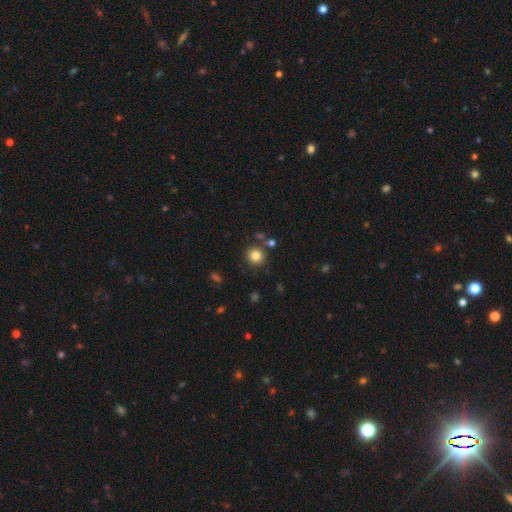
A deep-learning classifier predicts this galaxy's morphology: smooth 82%, star or artifact 12%, featured or disk 6%. Down the decision tree: how rounded — round (93%); merging — none (84%).